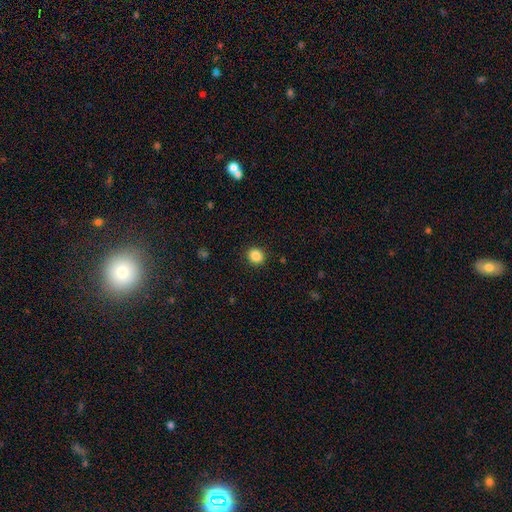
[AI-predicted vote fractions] smooth-or-featured: smooth: 86% | star or artifact: 10% | featured or disk: 3%
  how-rounded: round: 83% | in between: 17% | cigar-shaped: 1%
  merging: none: 91% | minor disturbance: 6% | major disturbance: 2% | merger: 1%